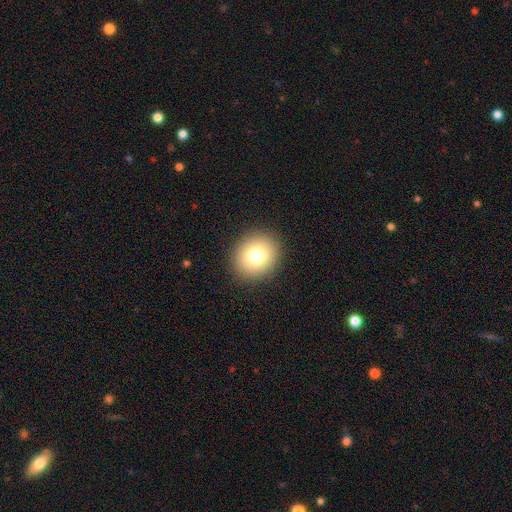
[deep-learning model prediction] A smooth galaxy with no disk features (78%) that is round (74%). Merging: none (90%).